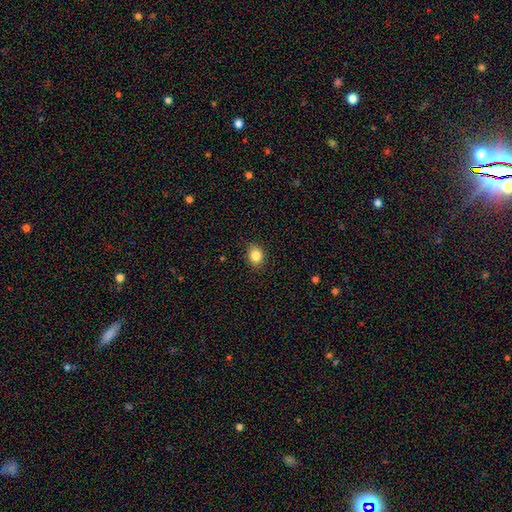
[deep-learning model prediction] Smooth or featured? smooth (84%)
How rounded? in between (53%)
Merging? none (86%)